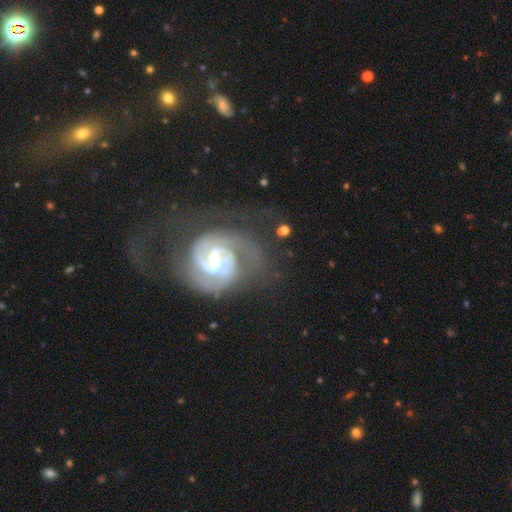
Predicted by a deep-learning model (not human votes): A featured or disk galaxy (87%) with a weak bar (45%), 2 (63%) tight (51%) spiral arms (95%) and a small central bulge (47%).

Vote fractions:
- Smooth or featured? featured or disk: 87% / star or artifact: 7% / smooth: 6%
- Edge-on disk? no: 98% / yes: 2%
- Bar? weak: 45% / no: 29% / strong: 25%
- Spiral arms? yes: 95% / no: 5%
- Spiral winding? tight: 51% / medium: 38% / loose: 12%
- Spiral arm count? 2: 63% / can't tell: 14% / 3: 9% / 1: 5% / 4: 4% / more than 4: 4%
- Bulge size? small: 47% / moderate: 44% / large: 6% / none: 2% / dominant: 1%
- Merging? none: 58% / major disturbance: 22% / minor disturbance: 16% / merger: 3%